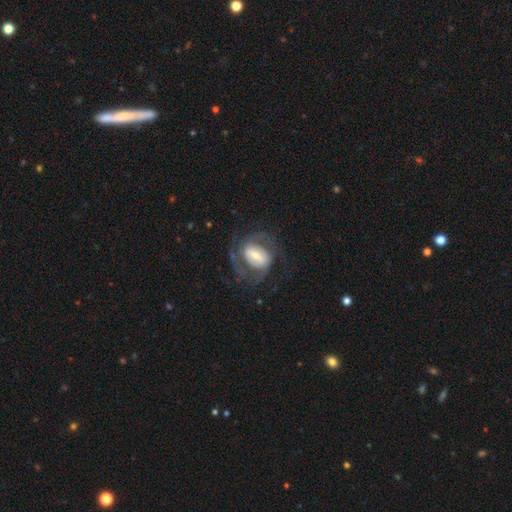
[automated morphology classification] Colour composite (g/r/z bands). It shows a featured or disk galaxy (78%) with a strong bar (42%), 2 (69%) medium (49%) spiral arms (89%) and a moderate central bulge (41%). Merging: none (59%).